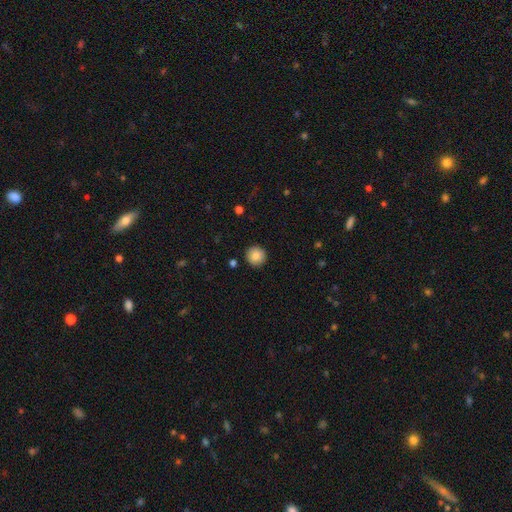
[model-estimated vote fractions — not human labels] The model was most divided on "smooth or featured": smooth: 86%, star or artifact: 8%, featured or disk: 6%. More confident: how rounded — round (95%); merging — none (92%).